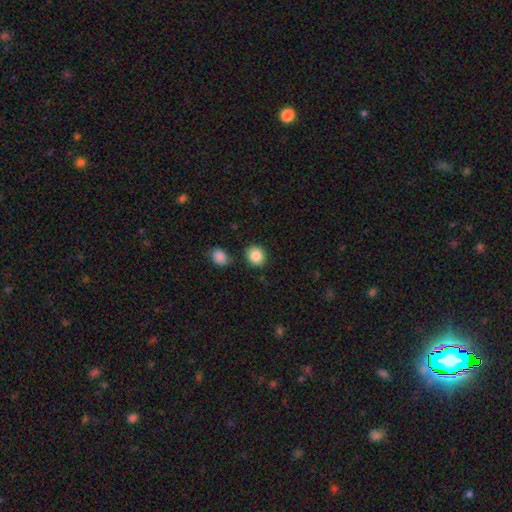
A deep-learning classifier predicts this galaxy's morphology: This is clearly a smooth galaxy (86%). How rounded: likely round (68%). Merging: clearly none (82%).